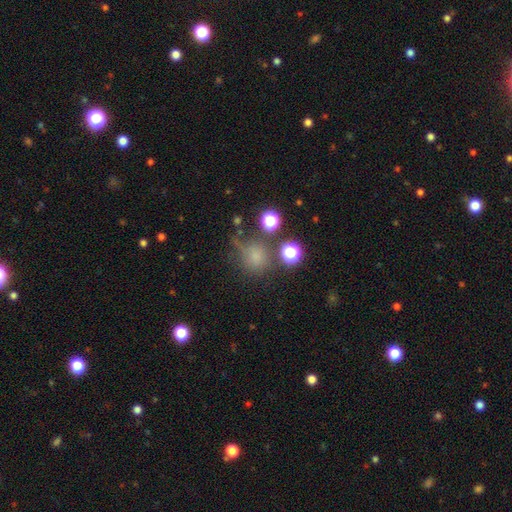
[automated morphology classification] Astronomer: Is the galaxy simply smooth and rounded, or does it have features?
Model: smooth — 66%.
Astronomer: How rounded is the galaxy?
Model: round — 83%.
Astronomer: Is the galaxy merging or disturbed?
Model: none — 58%.